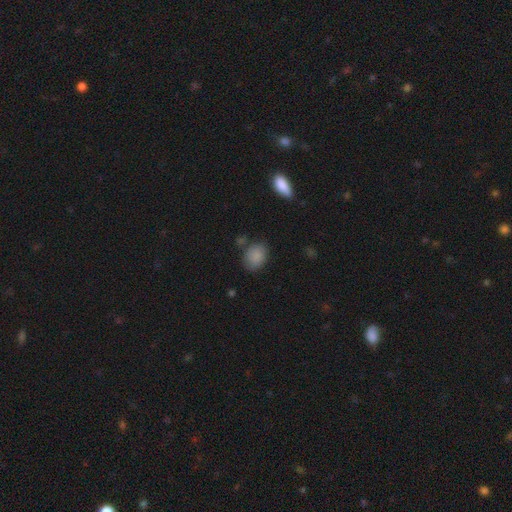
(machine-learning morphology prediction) The model was most divided on "how rounded": in between: 63%, round: 36%, cigar-shaped: 1%. More confident: smooth or featured — smooth (85%); merging — none (68%).